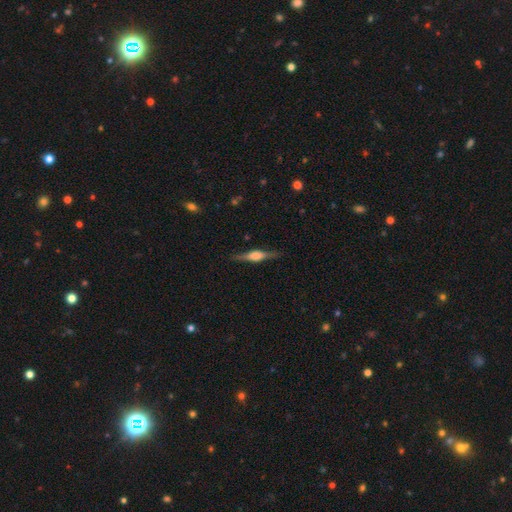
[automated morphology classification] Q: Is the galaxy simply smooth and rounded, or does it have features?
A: featured or disk — 77%.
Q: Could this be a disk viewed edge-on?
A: yes — 98%.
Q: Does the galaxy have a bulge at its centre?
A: rounded — 81%.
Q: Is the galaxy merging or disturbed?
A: none — 89%.